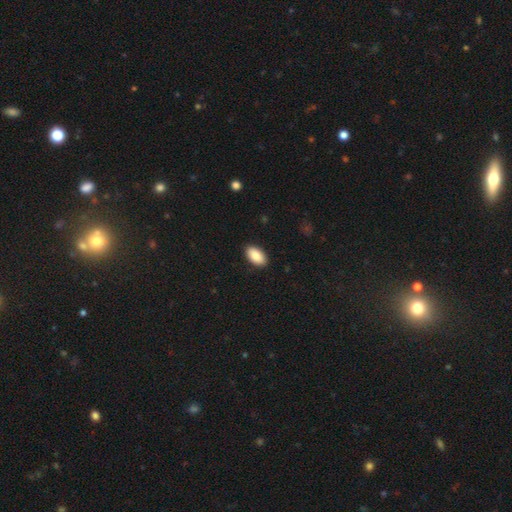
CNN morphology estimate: This appears to be a smooth galaxy with no disk features (86%) that is in between round and cigar-shaped (94%). Merging: none (90%).